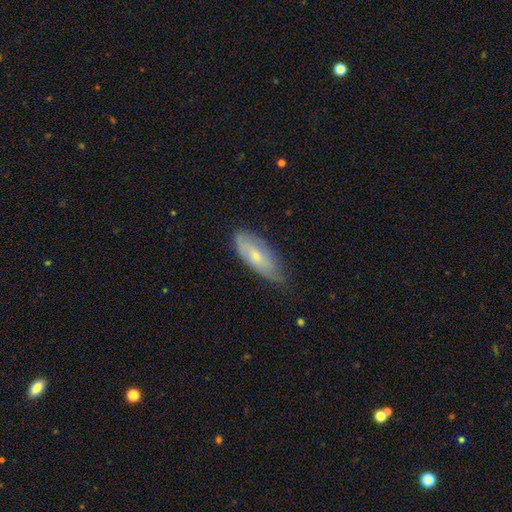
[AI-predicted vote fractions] A smooth galaxy with no disk features (61%) that is in between round and cigar-shaped (75%).

Vote fractions:
- Smooth or featured? smooth: 61% / featured or disk: 33% / star or artifact: 6%
- How rounded? in between: 75% / cigar-shaped: 23% / round: 2%
- Merging? none: 61% / minor disturbance: 32% / major disturbance: 5% / merger: 1%